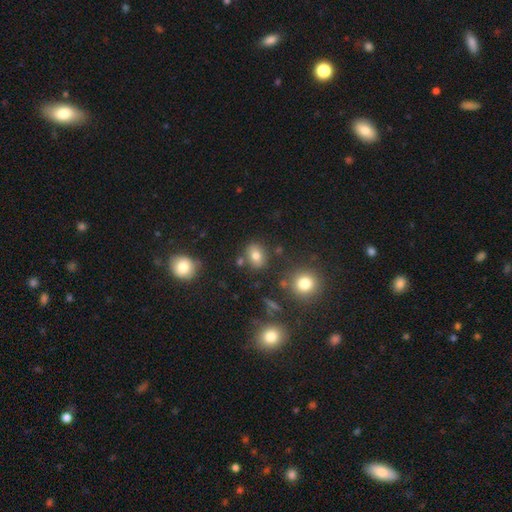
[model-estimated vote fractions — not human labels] smooth 74%, star or artifact 14%, featured or disk 12%. Down the decision tree: how rounded — in between (57%); merging — none (77%).